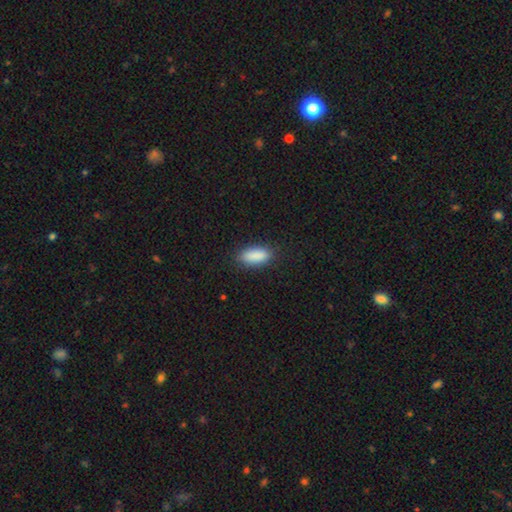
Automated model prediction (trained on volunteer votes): A smooth galaxy with no disk features (89%) that is in between round and cigar-shaped (82%).

Vote fractions:
- Smooth or featured? smooth: 89% / star or artifact: 7% / featured or disk: 4%
- How rounded? in between: 82% / cigar-shaped: 15% / round: 3%
- Merging? none: 86% / minor disturbance: 10% / major disturbance: 3% / merger: 1%